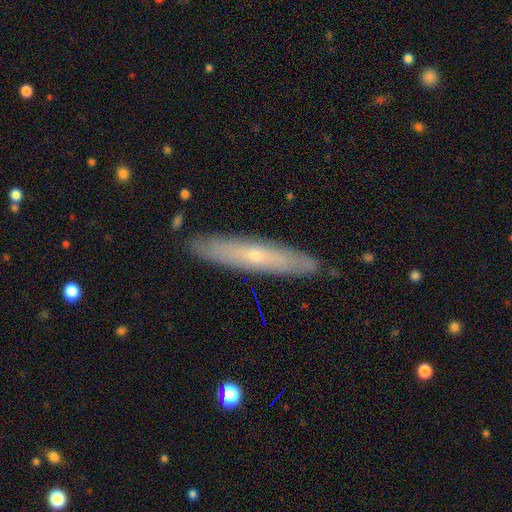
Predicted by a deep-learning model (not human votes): Smooth or featured? Predicted: featured or disk (p=0.57). Edge-on disk? Predicted: yes (p=0.73). Merging? Predicted: none (p=0.88).